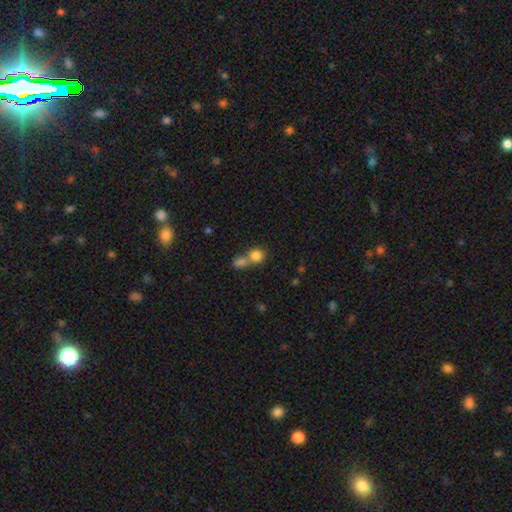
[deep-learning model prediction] Q: Smooth or featured?
A: smooth (81%); runner-up: star or artifact (10%)
Q: How rounded?
A: round (80%); runner-up: in between (18%)
Q: Merging?
A: merger (54%); runner-up: none (36%)